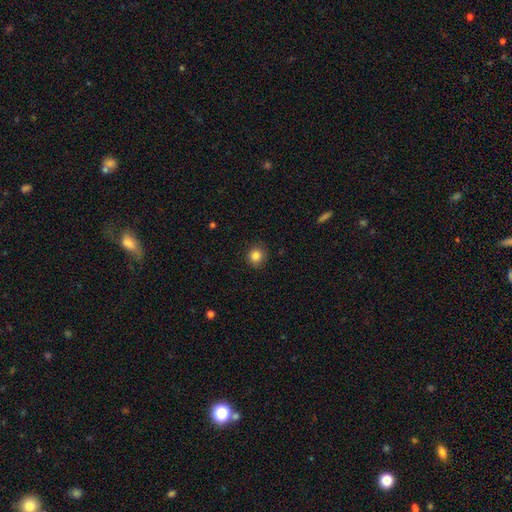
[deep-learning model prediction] smooth_or_featured: smooth (p=0.85) [alt: star or artifact p=0.11]
how_rounded: round (p=0.89) [alt: in between p=0.10]
merging: none (p=0.87) [alt: minor disturbance p=0.09]